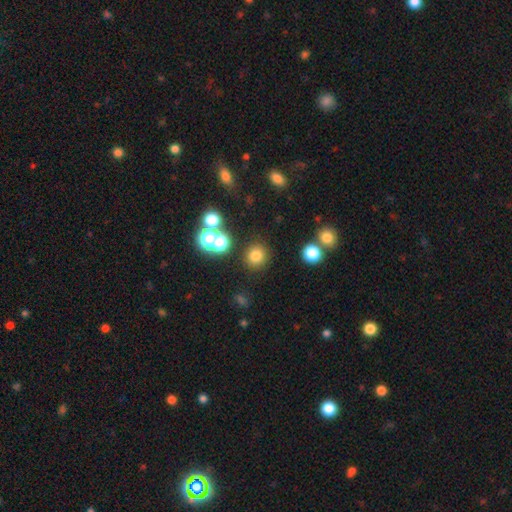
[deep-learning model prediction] Smooth or featured? Predicted: smooth (p=0.75). How rounded? Predicted: round (p=0.90). Merging? Predicted: none (p=0.83).